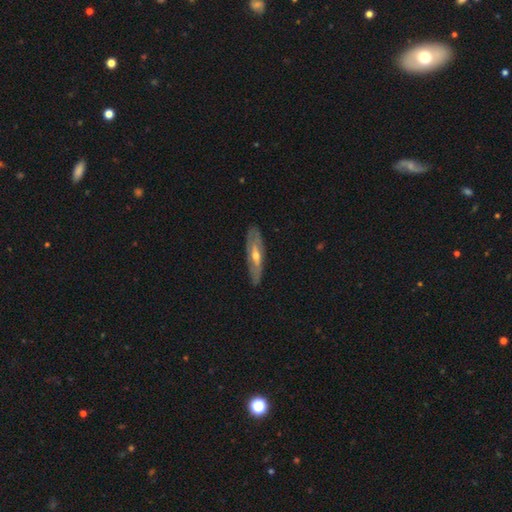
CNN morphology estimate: This is likely a featured or disk galaxy (67%). It is possibly not viewed edge-on (57%). Merging: clearly none (82%).